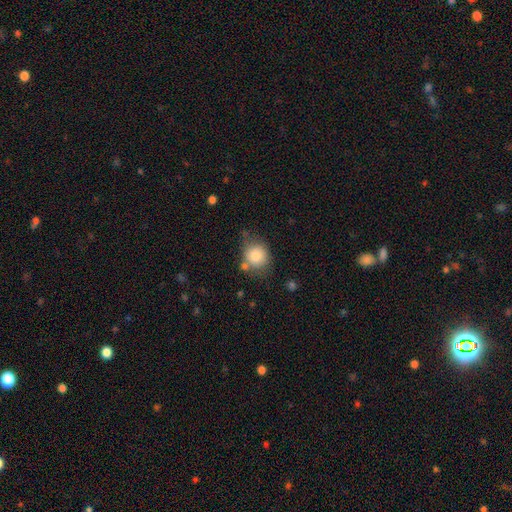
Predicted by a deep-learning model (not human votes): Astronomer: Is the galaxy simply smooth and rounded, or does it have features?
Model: smooth — 82%.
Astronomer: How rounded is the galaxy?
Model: round — 78%.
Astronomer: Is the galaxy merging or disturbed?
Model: none — 65%.